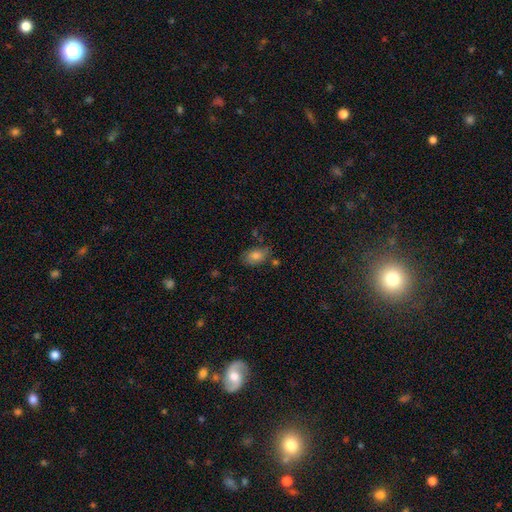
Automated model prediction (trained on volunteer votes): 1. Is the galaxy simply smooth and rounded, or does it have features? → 77% smooth, 14% featured or disk, 9% star or artifact.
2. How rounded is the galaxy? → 88% in between, 10% round, 2% cigar-shaped.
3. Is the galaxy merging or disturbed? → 65% none, 23% minor disturbance, 6% merger, 6% major disturbance.